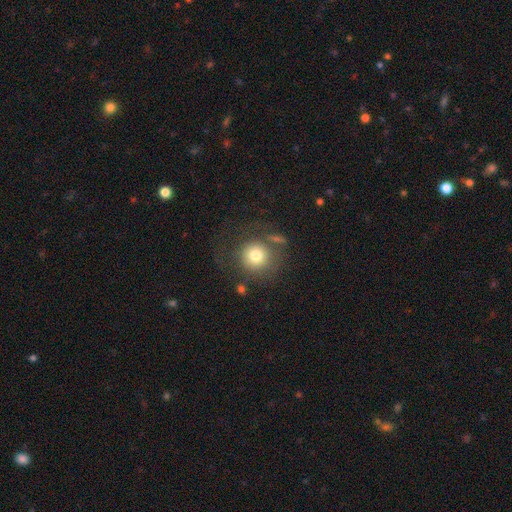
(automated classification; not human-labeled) Smooth or featured?
  - smooth: 77% *
  - featured or disk: 13%
  - star or artifact: 10%
How rounded?
  - round: 93% *
  - in between: 6%
  - cigar-shaped: 1%
Merging?
  - none: 64% *
  - minor disturbance: 15%
  - major disturbance: 14%
  - merger: 7%